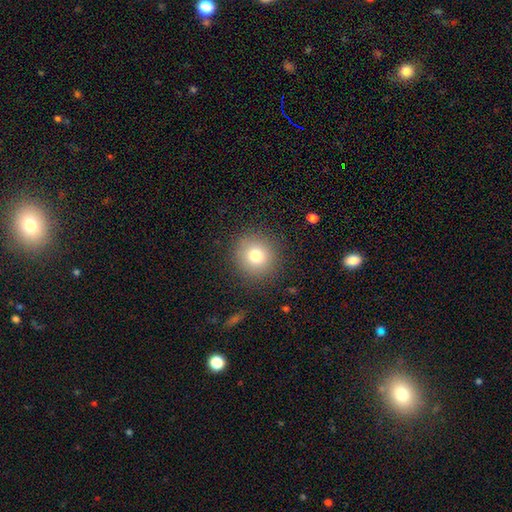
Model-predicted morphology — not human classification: A smooth galaxy with no disk features (78%) that is round (91%). Merging: none (88%).